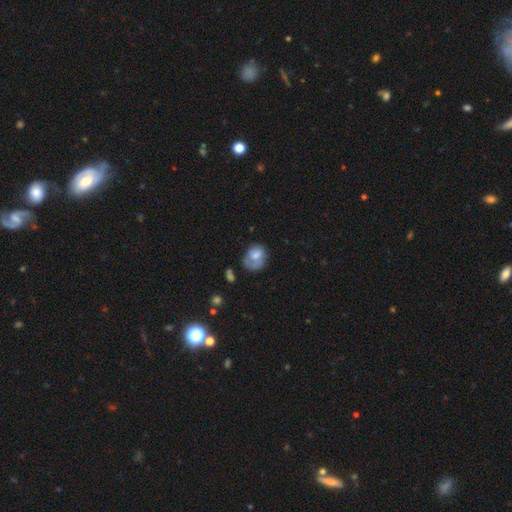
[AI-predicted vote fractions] Morphology: type=smooth (63%); roundness=in between (50%); merging=none (37%).